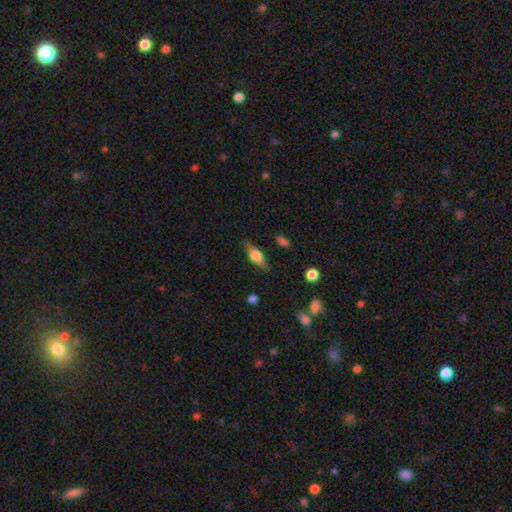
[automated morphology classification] This is possibly a featured or disk galaxy (53%). It is clearly viewed edge-on (92%). Merging: clearly none (82%).